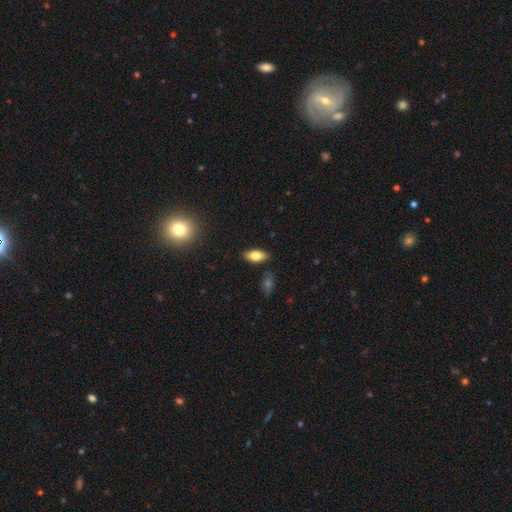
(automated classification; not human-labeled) Overall: smooth (78%). How rounded: in between (89%). Merging: none (87%).